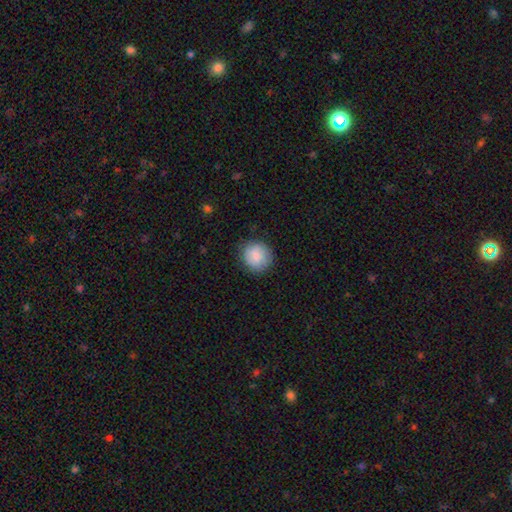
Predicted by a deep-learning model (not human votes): Smooth or featured?
  - smooth: 85% *
  - featured or disk: 8%
  - star or artifact: 7%
How rounded?
  - round: 89% *
  - in between: 10%
  - cigar-shaped: 1%
Merging?
  - none: 85% *
  - minor disturbance: 11%
  - major disturbance: 3%
  - merger: 1%